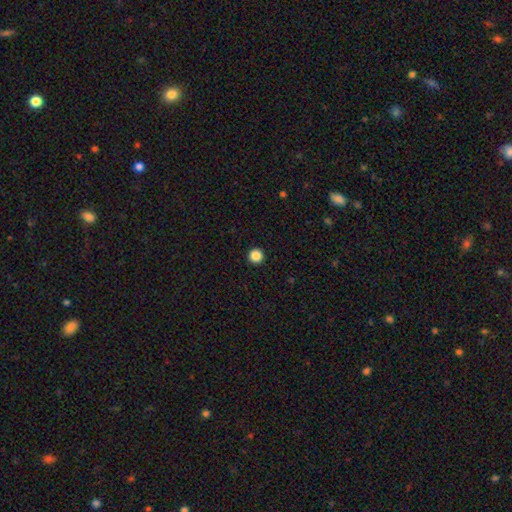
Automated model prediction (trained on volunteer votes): Q: Smooth or featured?
A: smooth (87%); runner-up: star or artifact (10%)
Q: How rounded?
A: round (97%); runner-up: in between (2%)
Q: Merging?
A: none (94%); runner-up: minor disturbance (3%)